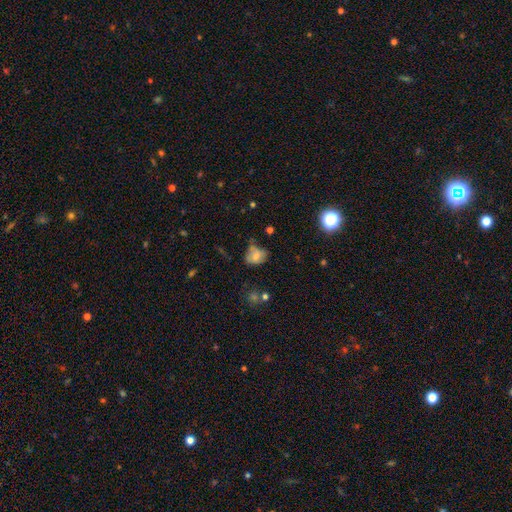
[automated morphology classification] smooth 67%, featured or disk 21%, star or artifact 13%. Down the decision tree: how rounded — in between (50%); merging — none (42%).